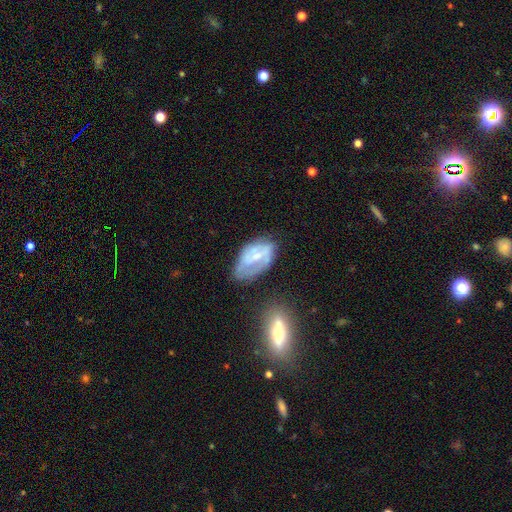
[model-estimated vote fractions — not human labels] A featured or disk galaxy (65%) with no bar (46%), spiral arms (64%) and a small central bulge (59%).

Vote fractions:
- Smooth or featured? featured or disk: 65% / smooth: 28% / star or artifact: 7%
- Edge-on disk? no: 94% / yes: 6%
- Bar? no: 46% / weak: 40% / strong: 14%
- Spiral arms? yes: 64% / no: 36%
- Bulge size? small: 59% / moderate: 28% / none: 10% / large: 2% / dominant: 1%
- Merging? none: 49% / minor disturbance: 30% / major disturbance: 16% / merger: 6%